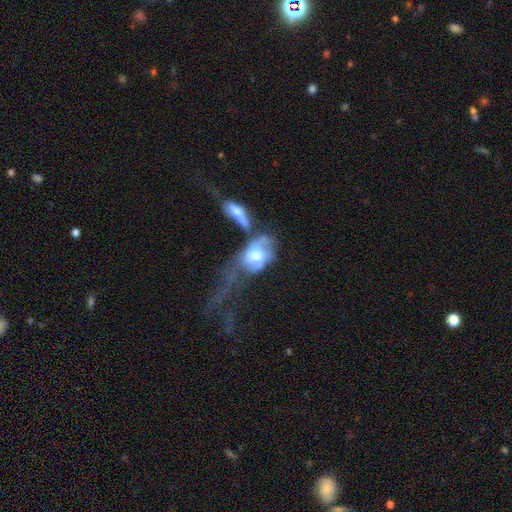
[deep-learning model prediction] Q: Smooth or featured?
A: featured or disk (47%); runner-up: smooth (45%)
Q: Merging?
A: major disturbance (41%); runner-up: merger (34%)